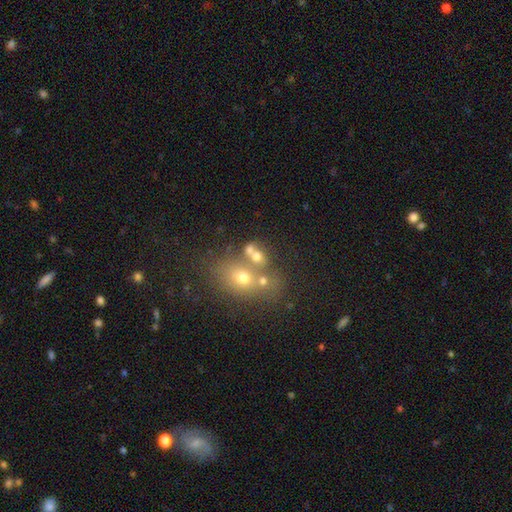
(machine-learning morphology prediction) The model was most divided on "how rounded": in between: 52%, round: 45%, cigar-shaped: 2%. Remaining: smooth or featured — smooth (60%); merging — merger (45%).